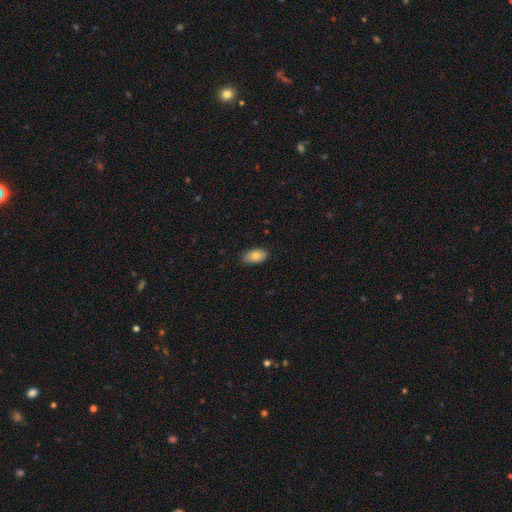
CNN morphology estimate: This is clearly a smooth galaxy (81%). How rounded: clearly in between (93%). Merging: clearly none (85%).